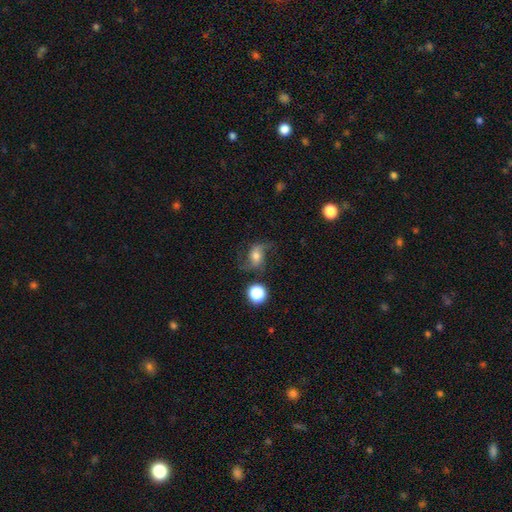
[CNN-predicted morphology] Smooth or featured? Predicted: featured or disk (p=0.65). Edge-on disk? Predicted: no (p=0.96). Bar? Predicted: no (p=0.51). Spiral arms? Predicted: yes (p=0.92). Spiral winding? Predicted: loose (p=0.80). Spiral arm count? Predicted: 2 (p=0.90). Bulge size? Predicted: moderate (p=0.56). Merging? Predicted: none (p=0.62).